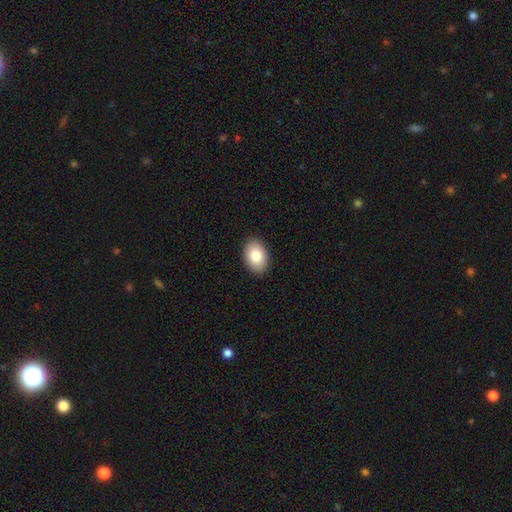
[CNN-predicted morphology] Overall: smooth (83%). How rounded: in between (87%). Merging: none (90%).